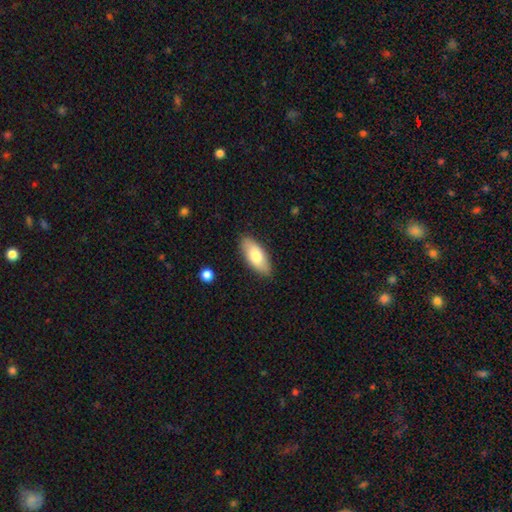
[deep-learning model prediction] Smooth or featured? smooth (75%)
How rounded? in between (85%)
Merging? none (85%)